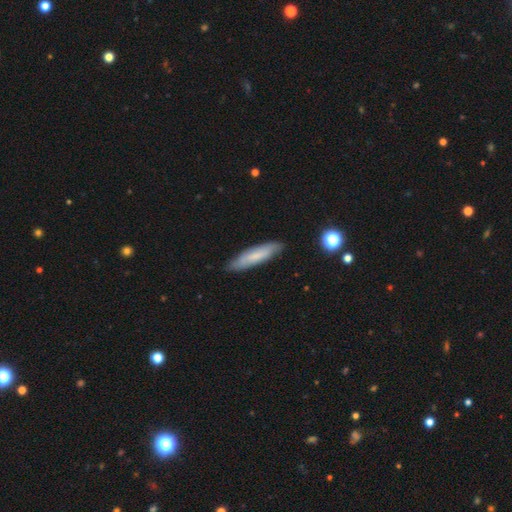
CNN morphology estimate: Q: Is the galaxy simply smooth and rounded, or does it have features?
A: smooth — 65%.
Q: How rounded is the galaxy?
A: cigar-shaped — 76%.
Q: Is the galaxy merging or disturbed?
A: none — 84%.